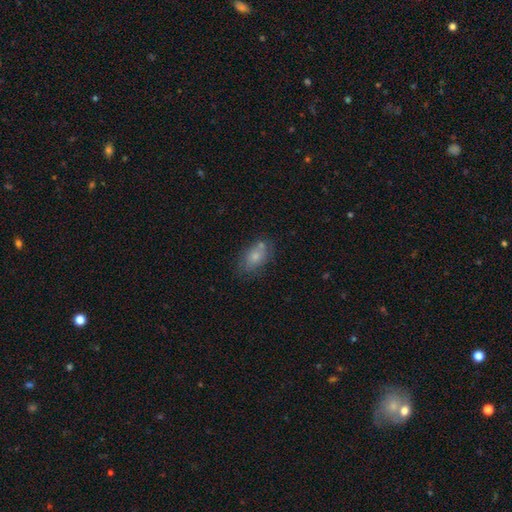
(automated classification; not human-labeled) Morphology: type=smooth (72%); roundness=in between (85%); merging=none (62%).